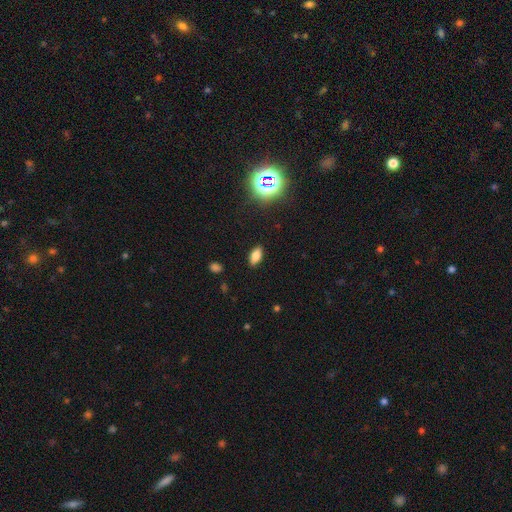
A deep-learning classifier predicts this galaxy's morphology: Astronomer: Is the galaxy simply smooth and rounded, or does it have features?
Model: smooth — 75%.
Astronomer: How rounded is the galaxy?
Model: in between — 87%.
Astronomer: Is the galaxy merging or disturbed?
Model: none — 88%.